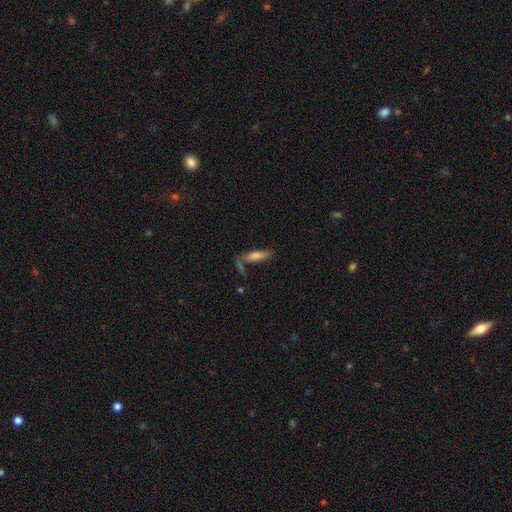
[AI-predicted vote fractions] A smooth galaxy with no disk features (71%) that is cigar-shaped (55%). Merging: none (57%).